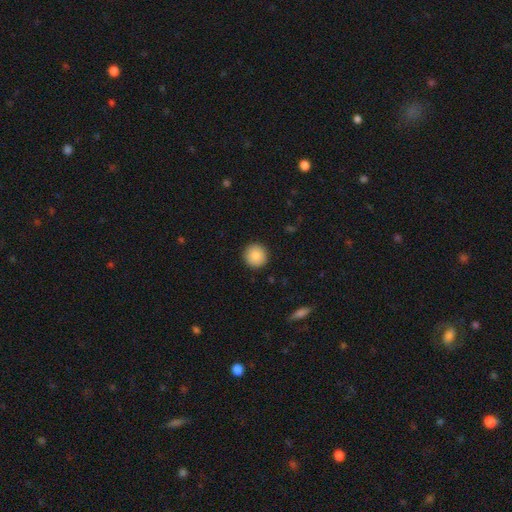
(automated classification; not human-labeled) This appears to be a smooth galaxy with no disk features (85%) that is round (94%). Merging: none (92%).